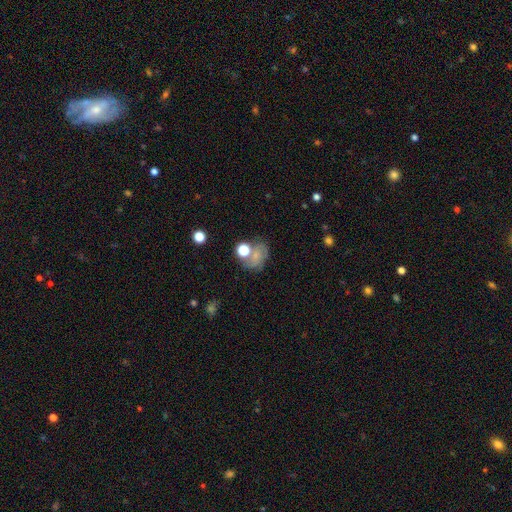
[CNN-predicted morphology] Smooth or featured: smooth — 56% (featured or disk — 27%)
How rounded: round — 50% (in between — 49%)
Merging: none — 44% (merger — 20%)